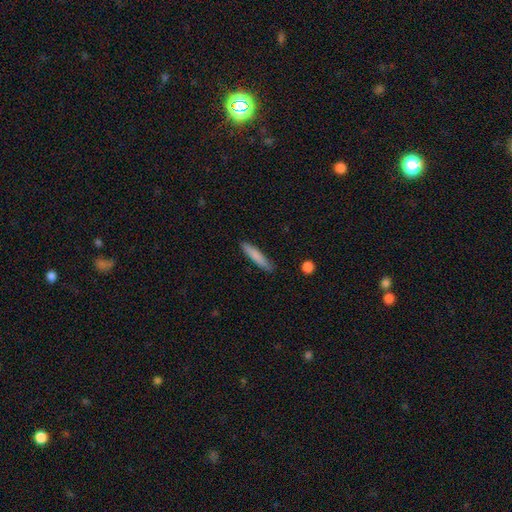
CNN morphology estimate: type=smooth (81%); roundness=cigar-shaped (89%); merging=none (85%).